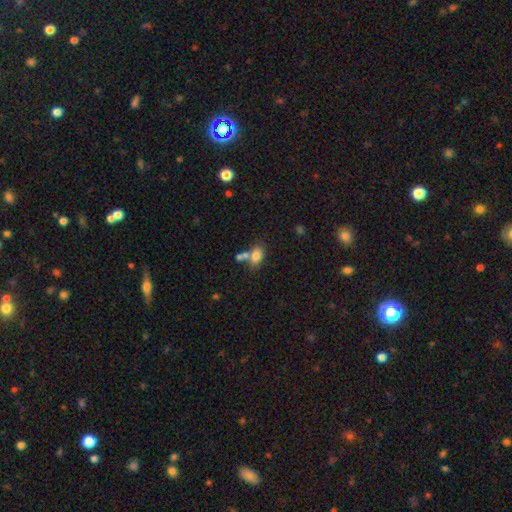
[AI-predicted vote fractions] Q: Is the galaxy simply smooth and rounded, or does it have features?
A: smooth — 80%.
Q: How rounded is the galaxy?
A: in between — 82%.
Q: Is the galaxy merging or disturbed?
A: none — 51%.